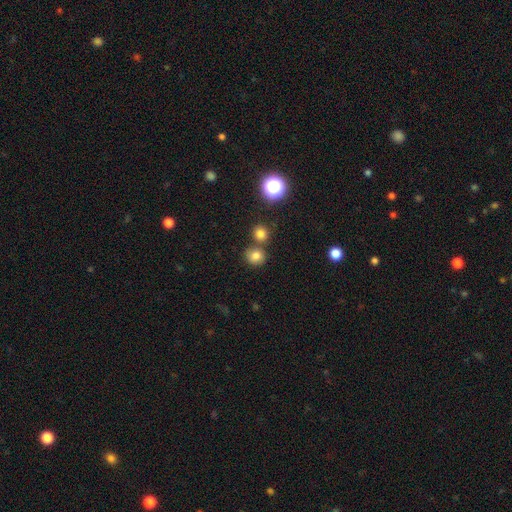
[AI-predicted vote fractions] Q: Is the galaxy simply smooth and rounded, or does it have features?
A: smooth — 79%.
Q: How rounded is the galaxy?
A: round — 84%.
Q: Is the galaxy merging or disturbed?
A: none — 67%.